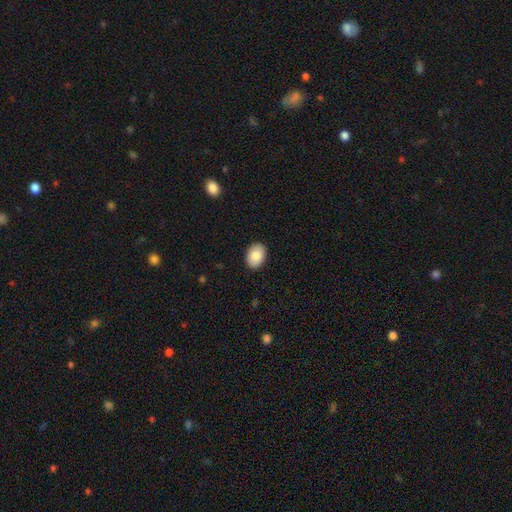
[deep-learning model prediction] This is clearly a smooth galaxy (86%). How rounded: clearly in between (81%). Merging: clearly none (90%).